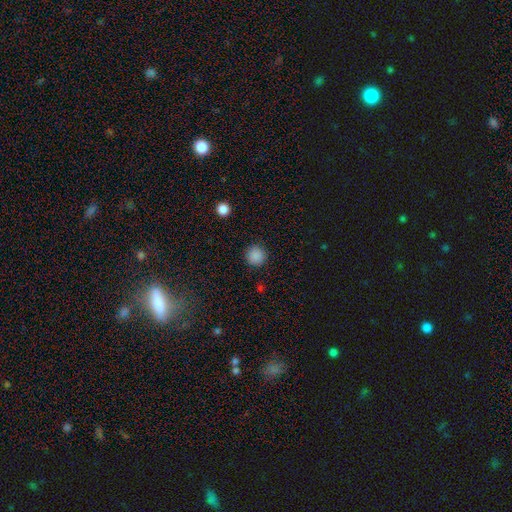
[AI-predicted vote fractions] Q: Smooth or featured?
A: smooth (87%); runner-up: star or artifact (11%)
Q: How rounded?
A: round (94%); runner-up: in between (5%)
Q: Merging?
A: none (91%); runner-up: minor disturbance (6%)